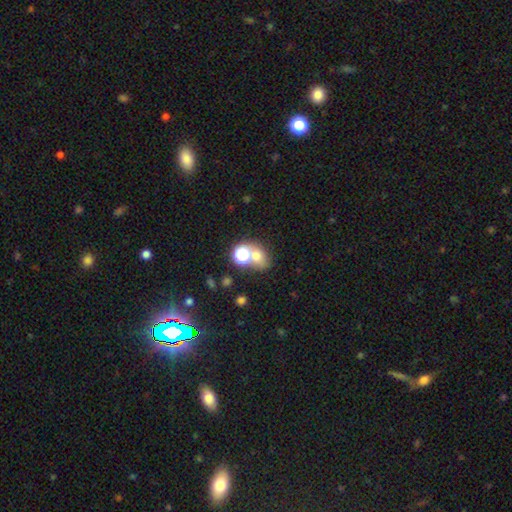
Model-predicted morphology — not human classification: Smooth or featured? smooth (65%)
How rounded? round (56%)
Merging? none (46%)